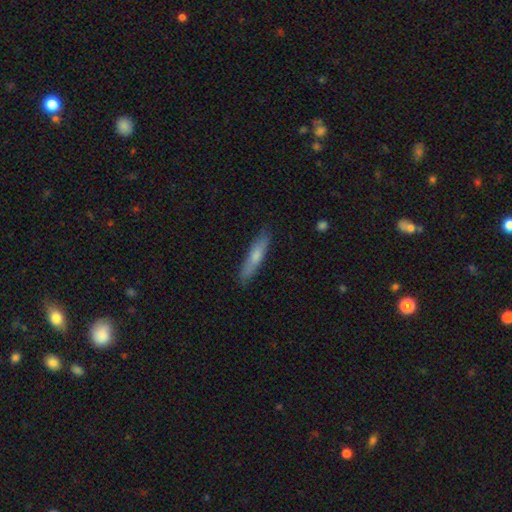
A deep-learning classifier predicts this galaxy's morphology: Overall: smooth (65%; featured or disk 29%). How rounded: cigar-shaped (87%). Merging: none (86%).